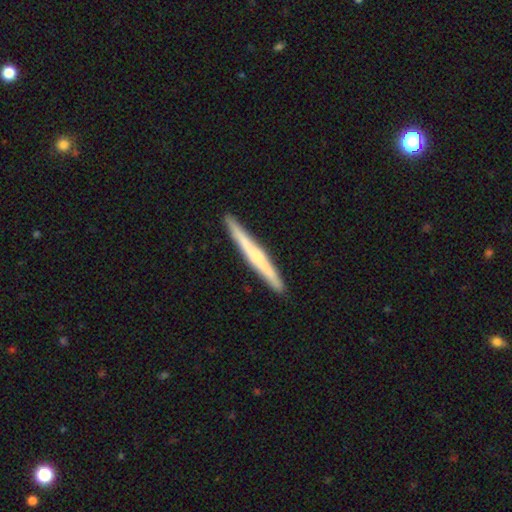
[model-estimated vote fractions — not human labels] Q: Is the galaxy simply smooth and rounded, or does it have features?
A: featured or disk — 63%.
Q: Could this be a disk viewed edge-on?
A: yes — 97%.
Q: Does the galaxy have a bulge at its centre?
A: rounded — 60%.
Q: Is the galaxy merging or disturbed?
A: none — 91%.